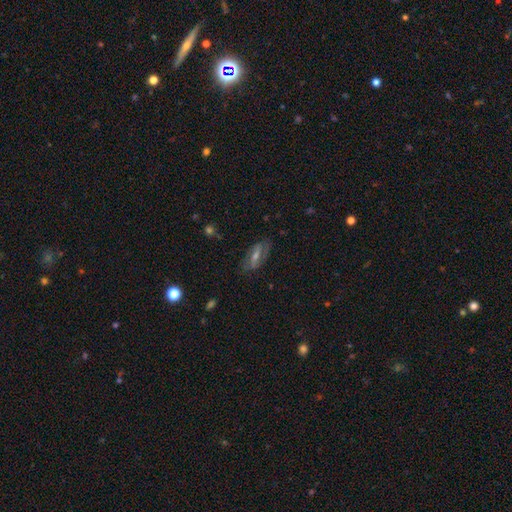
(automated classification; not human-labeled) Smooth or featured? Predicted: featured or disk (p=0.58). Edge-on disk? Predicted: no (p=0.76). Merging? Predicted: none (p=0.79).